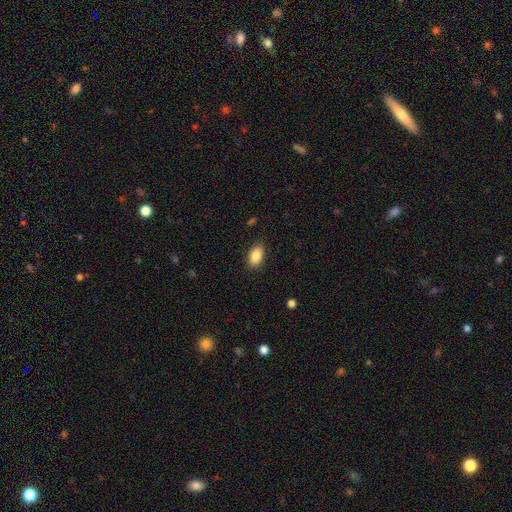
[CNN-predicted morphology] smooth-or-featured: smooth: 87% | star or artifact: 7% | featured or disk: 6%
  how-rounded: in between: 92% | round: 5% | cigar-shaped: 3%
  merging: none: 88% | minor disturbance: 9% | major disturbance: 2% | merger: 1%